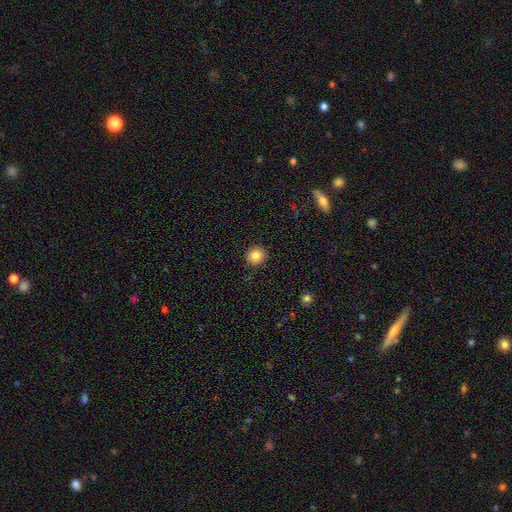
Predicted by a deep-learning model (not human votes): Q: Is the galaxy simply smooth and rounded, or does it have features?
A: smooth — 85%.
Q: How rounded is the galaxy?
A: round — 92%.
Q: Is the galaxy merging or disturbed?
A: none — 89%.